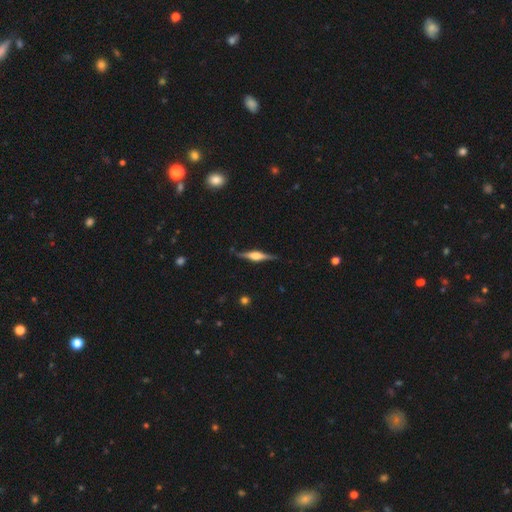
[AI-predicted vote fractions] Smooth or featured? featured or disk (80%)
Edge-on disk? yes (98%)
Edge-on bulge? rounded (84%)
Merging? none (88%)